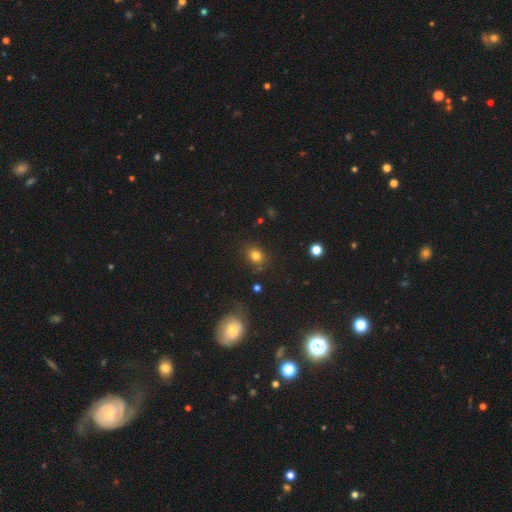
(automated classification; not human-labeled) Q: Smooth or featured?
A: smooth (78%); runner-up: star or artifact (15%)
Q: How rounded?
A: round (68%); runner-up: in between (31%)
Q: Merging?
A: none (79%); runner-up: minor disturbance (13%)